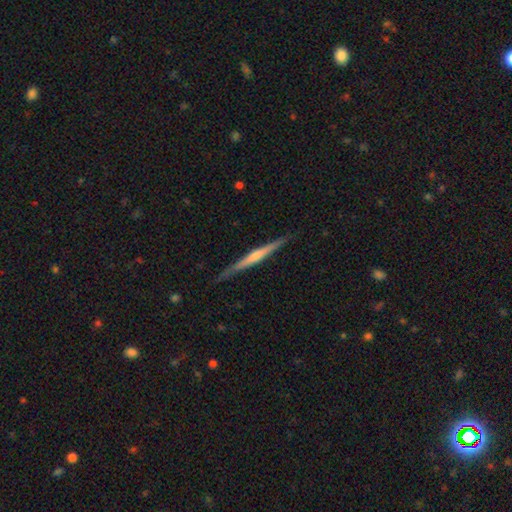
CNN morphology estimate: This appears to be a featured or disk galaxy (75%) viewed edge-on (98%) with a rounded central bulge (63%). Merging: none (89%).